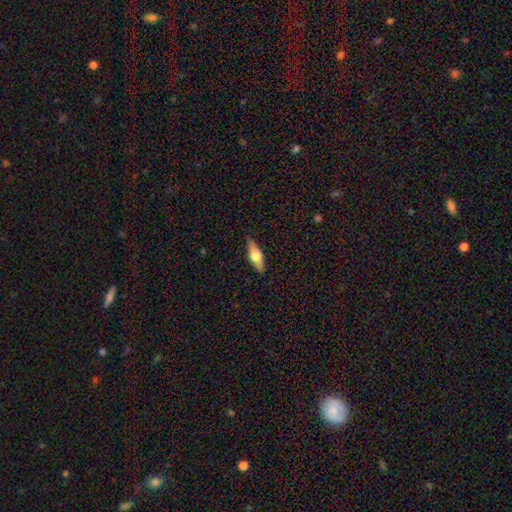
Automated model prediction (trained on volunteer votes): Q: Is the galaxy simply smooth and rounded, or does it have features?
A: featured or disk — 47%, tied with smooth.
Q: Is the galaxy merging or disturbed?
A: none — 87%.